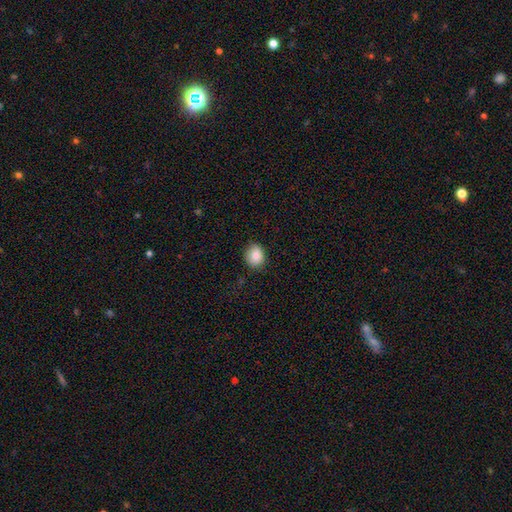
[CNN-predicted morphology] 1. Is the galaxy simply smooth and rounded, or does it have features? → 86% smooth, 8% star or artifact, 6% featured or disk.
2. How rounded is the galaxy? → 58% round, 41% in between, 1% cigar-shaped.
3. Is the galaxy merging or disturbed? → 85% none, 11% minor disturbance, 3% major disturbance, 1% merger.